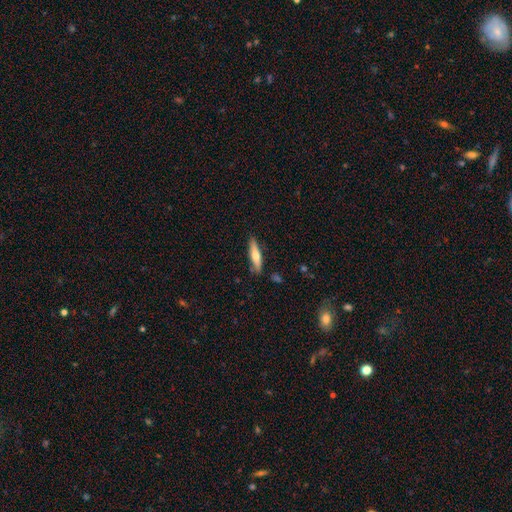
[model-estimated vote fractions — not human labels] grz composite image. It shows a smooth galaxy with no disk features (56%) that is cigar-shaped (80%). Merging: none (85%).